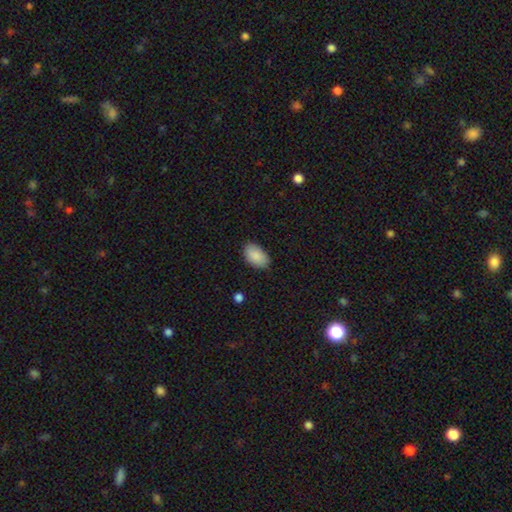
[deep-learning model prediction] Morphology: type=smooth (89%); roundness=in between (95%); merging=none (84%).